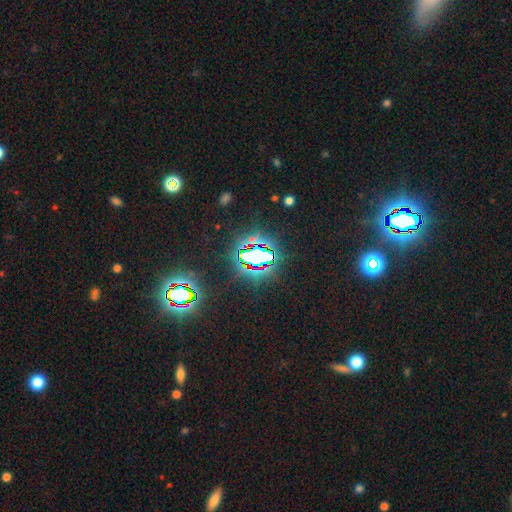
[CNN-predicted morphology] Smooth or featured: star or artifact — 74% (smooth — 15%)